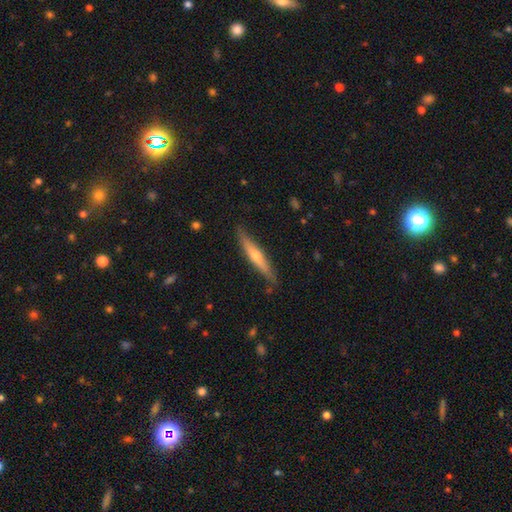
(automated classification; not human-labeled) Smooth or featured? featured or disk (61%)
Edge-on disk? yes (94%)
Edge-on bulge? rounded (85%)
Merging? none (85%)